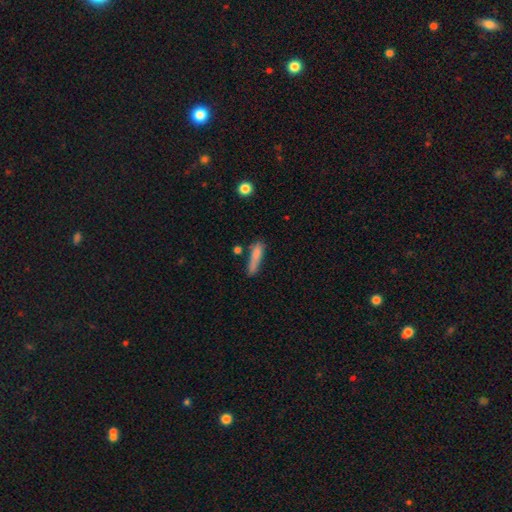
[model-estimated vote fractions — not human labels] Smooth or featured? Predicted: smooth (p=0.77). How rounded? Predicted: cigar-shaped (p=0.78). Merging? Predicted: none (p=0.52).